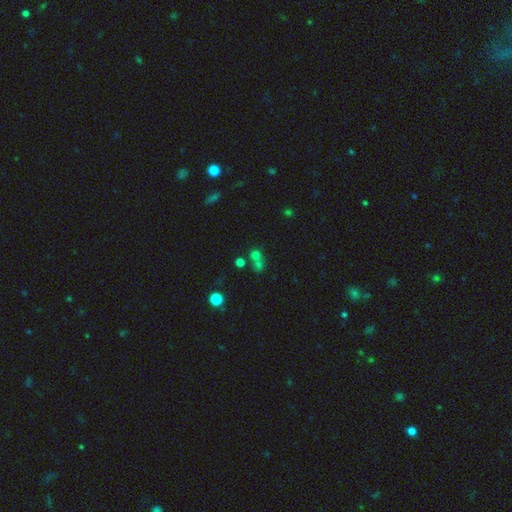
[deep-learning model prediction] Q: Smooth or featured?
A: smooth (61%); runner-up: star or artifact (27%)
Q: How rounded?
A: round (80%); runner-up: in between (18%)
Q: Merging?
A: merger (46%); runner-up: none (43%)